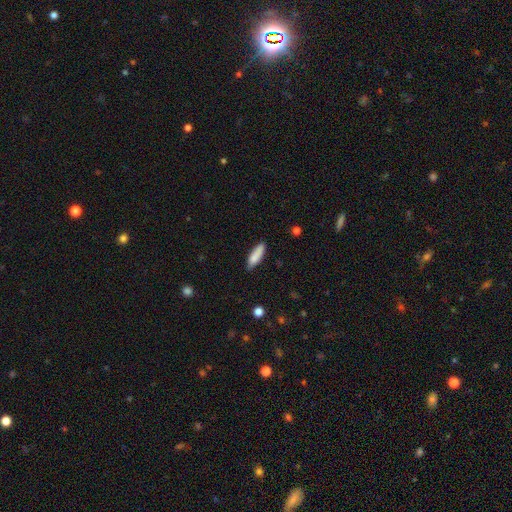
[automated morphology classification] A smooth galaxy with no disk features (84%) that is cigar-shaped (55%).

Vote fractions:
- Smooth or featured? smooth: 84% / featured or disk: 9% / star or artifact: 6%
- How rounded? cigar-shaped: 55% / in between: 44% / round: 2%
- Merging? none: 78% / minor disturbance: 17% / major disturbance: 3% / merger: 2%